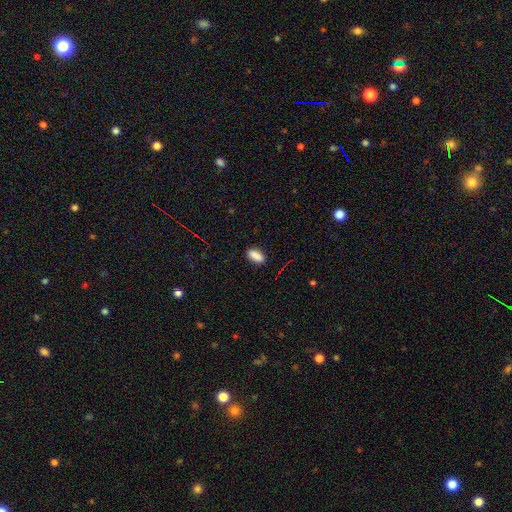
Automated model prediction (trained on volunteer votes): smooth-or-featured: smooth: 88% | star or artifact: 8% | featured or disk: 4%
  how-rounded: in between: 81% | cigar-shaped: 16% | round: 4%
  merging: none: 87% | minor disturbance: 10% | major disturbance: 2% | merger: 1%